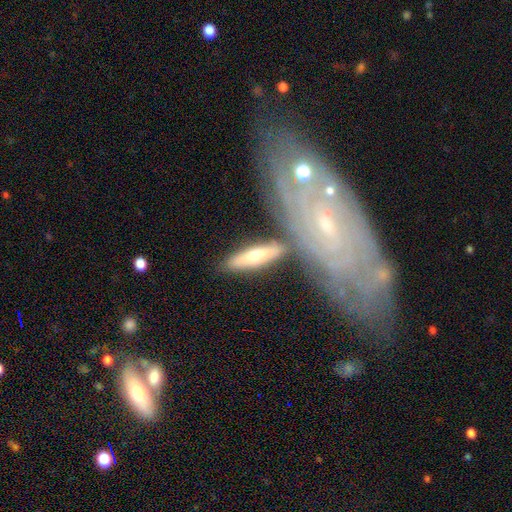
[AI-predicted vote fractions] Overall: featured or disk (51%; smooth 43%). Edge-on disk: yes (59%; no 41%). Merging: none (67%).